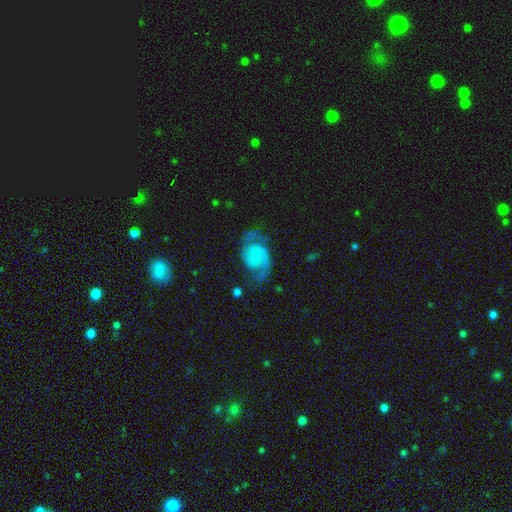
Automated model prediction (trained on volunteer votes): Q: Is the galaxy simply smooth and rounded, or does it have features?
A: featured or disk — 80%.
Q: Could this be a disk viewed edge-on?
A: no — 98%.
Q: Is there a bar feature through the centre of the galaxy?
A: no — 54%.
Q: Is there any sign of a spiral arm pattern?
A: yes — 95%.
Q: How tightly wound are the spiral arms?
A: medium — 51%.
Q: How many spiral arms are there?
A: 2 — 84%.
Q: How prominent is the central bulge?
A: none — 53%.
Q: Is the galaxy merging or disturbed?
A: none — 61%.